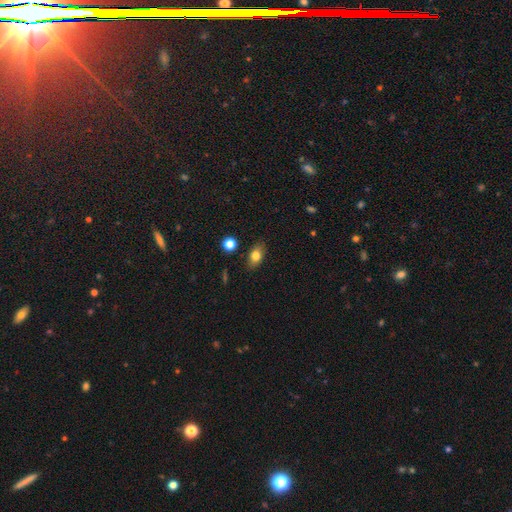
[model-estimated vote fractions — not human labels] A smooth galaxy with no disk features (79%) that is in between round and cigar-shaped (82%).

Vote fractions:
- Smooth or featured? smooth: 79% / featured or disk: 12% / star or artifact: 9%
- How rounded? in between: 82% / round: 15% / cigar-shaped: 4%
- Merging? none: 83% / minor disturbance: 12% / major disturbance: 3% / merger: 2%